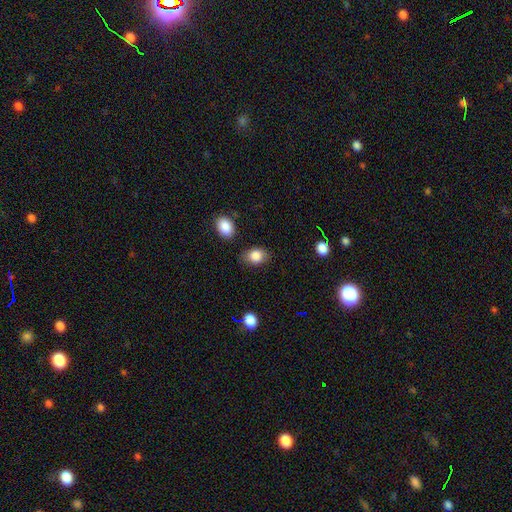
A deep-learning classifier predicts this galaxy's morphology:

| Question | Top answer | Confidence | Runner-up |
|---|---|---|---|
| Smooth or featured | smooth | 85% | star or artifact (8%) |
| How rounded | in between | 70% | round (29%) |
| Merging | none | 78% | minor disturbance (15%) |